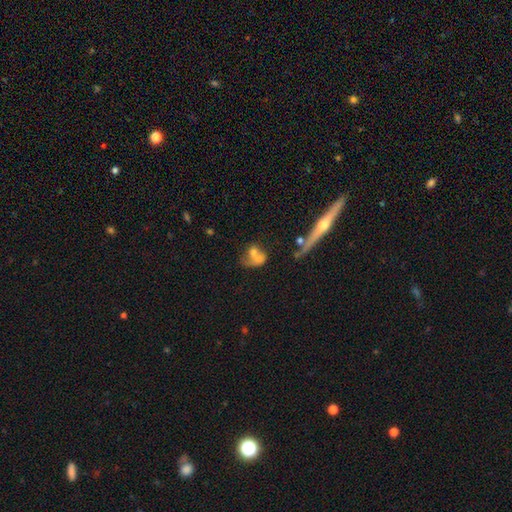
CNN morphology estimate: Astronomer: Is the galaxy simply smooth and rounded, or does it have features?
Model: smooth — 57%.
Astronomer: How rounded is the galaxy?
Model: in between — 56% (runner-up: round, 39%).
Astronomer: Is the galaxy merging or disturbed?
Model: merger — 52%.